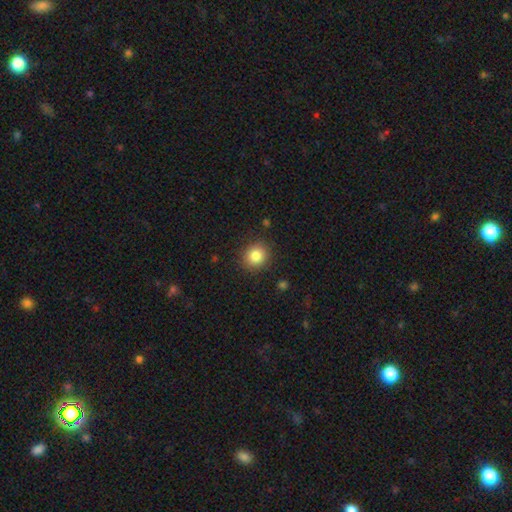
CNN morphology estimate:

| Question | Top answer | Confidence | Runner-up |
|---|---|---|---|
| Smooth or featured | smooth | 84% | star or artifact (10%) |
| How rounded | round | 85% | in between (14%) |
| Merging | none | 88% | minor disturbance (8%) |